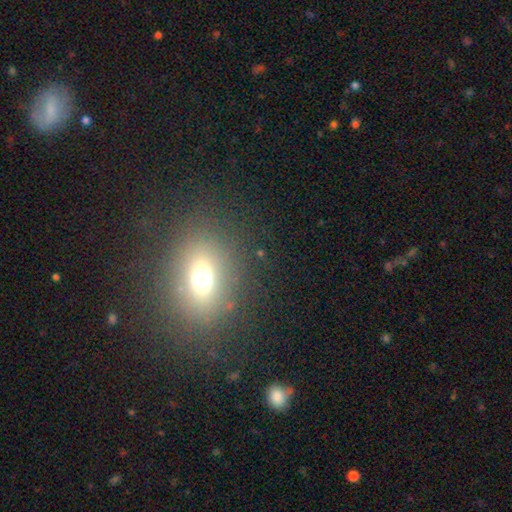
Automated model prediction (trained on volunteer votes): This appears to be a smooth galaxy with no disk features (64%) that is in between round and cigar-shaped (65%). Merging: none (85%).